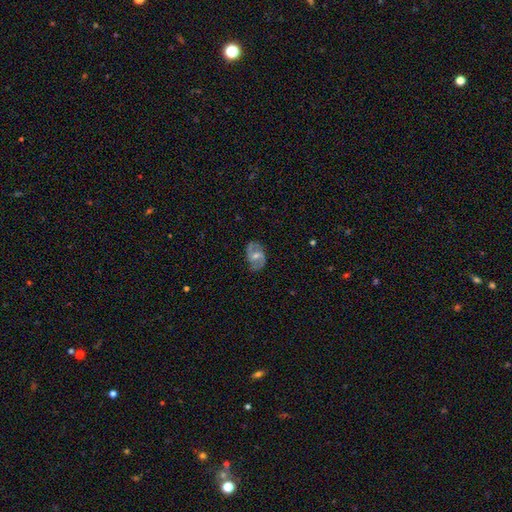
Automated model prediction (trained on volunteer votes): featured or disk 77%, smooth 15%, star or artifact 7%. Down the decision tree: edge-on disk — no (97%); bar — weak (50%); spiral arms — yes (92%); spiral arm count — 2 (89%); spiral winding — medium (51%); bulge size — moderate (56%); merging — none (82%).